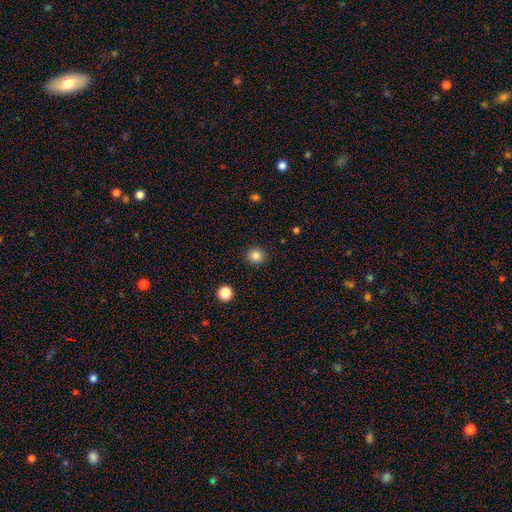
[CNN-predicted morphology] smooth 84%, star or artifact 12%, featured or disk 4%. Down the decision tree: how rounded — round (90%); merging — none (91%).